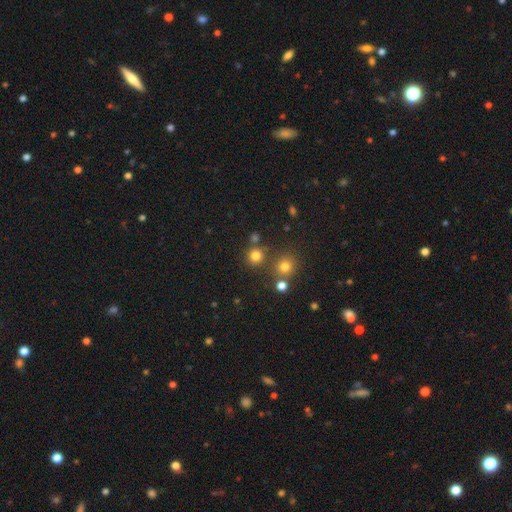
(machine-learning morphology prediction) A smooth galaxy with no disk features (77%) that is round (90%). Merging: none (75%).